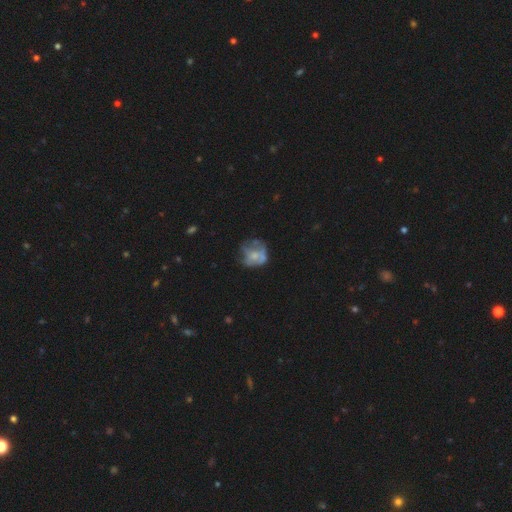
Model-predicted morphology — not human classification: smooth_or_featured: smooth (p=0.46) [alt: featured or disk p=0.43]
merging: none (p=0.46) [alt: minor disturbance p=0.25]